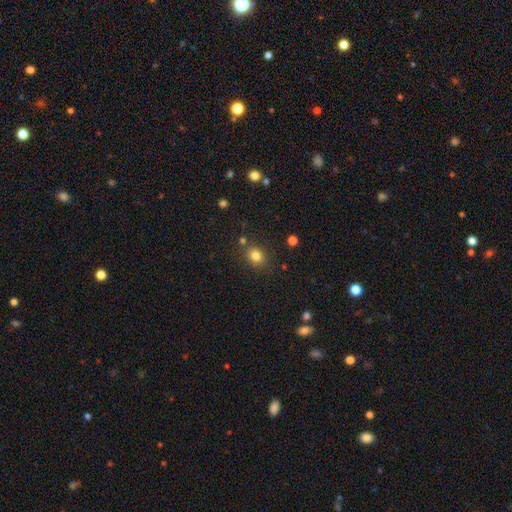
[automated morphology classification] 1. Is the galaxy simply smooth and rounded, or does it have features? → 81% smooth, 13% star or artifact, 6% featured or disk.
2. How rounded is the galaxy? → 61% round, 38% in between, 1% cigar-shaped.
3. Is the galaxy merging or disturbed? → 78% none, 12% minor disturbance, 7% merger, 3% major disturbance.